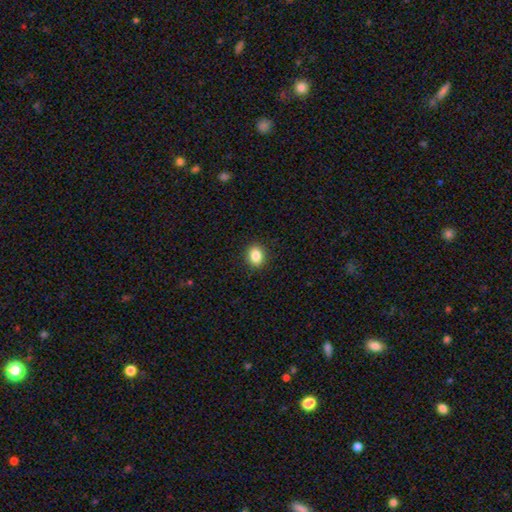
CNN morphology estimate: Smooth or featured? smooth (85%)
How rounded? round (51%)
Merging? none (91%)